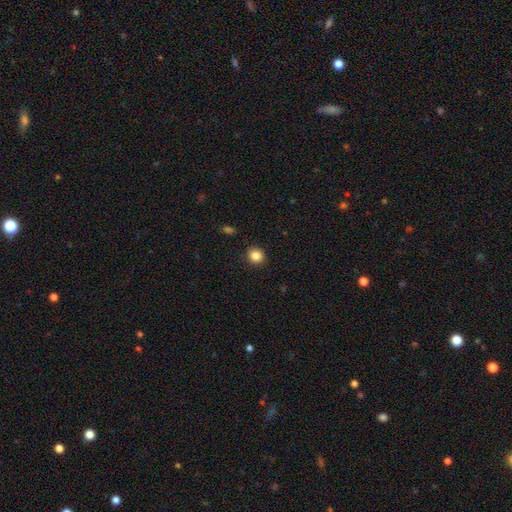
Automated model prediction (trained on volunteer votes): This is clearly a smooth galaxy (85%). How rounded: clearly round (85%). Merging: clearly none (91%).